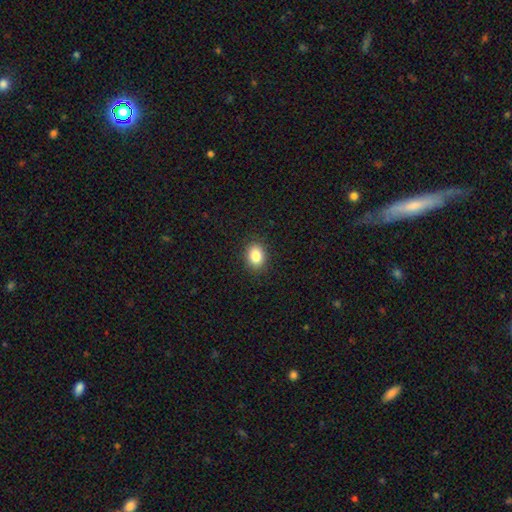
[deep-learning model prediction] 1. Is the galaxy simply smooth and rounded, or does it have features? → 84% smooth, 10% star or artifact, 6% featured or disk.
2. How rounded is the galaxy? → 60% in between, 39% round, 1% cigar-shaped.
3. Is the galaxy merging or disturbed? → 90% none, 7% minor disturbance, 2% major disturbance, 1% merger.